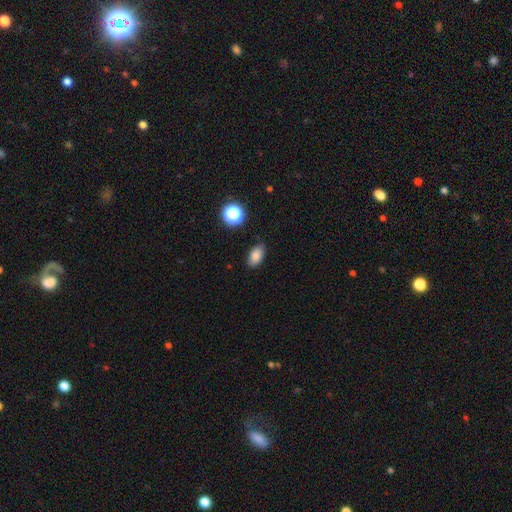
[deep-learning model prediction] A smooth galaxy with no disk features (83%) that is in between round and cigar-shaped (89%). Merging: none (82%).